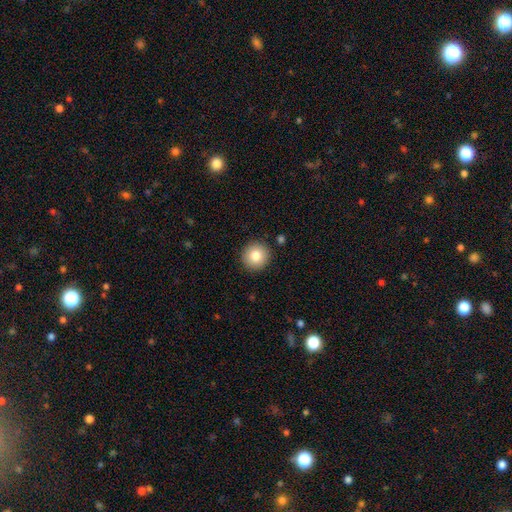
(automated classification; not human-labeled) Smooth or featured?
  - smooth: 82% *
  - star or artifact: 9%
  - featured or disk: 9%
How rounded?
  - round: 95% *
  - in between: 4%
  - cigar-shaped: 1%
Merging?
  - none: 91% *
  - minor disturbance: 6%
  - major disturbance: 2%
  - merger: 1%